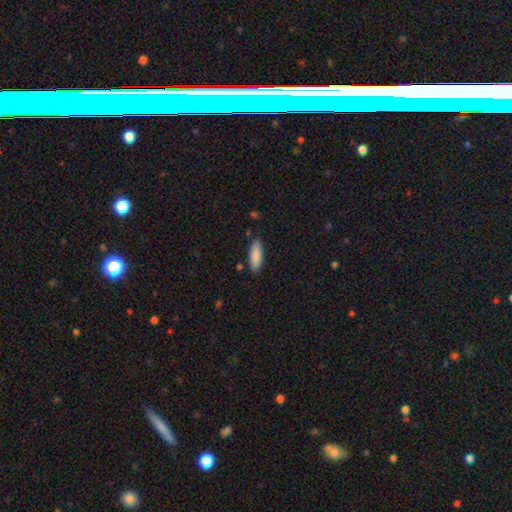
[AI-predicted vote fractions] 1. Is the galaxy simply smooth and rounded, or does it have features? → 87% smooth, 7% featured or disk, 6% star or artifact.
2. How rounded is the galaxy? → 51% in between, 47% cigar-shaped, 2% round.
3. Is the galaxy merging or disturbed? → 84% none, 11% minor disturbance, 2% merger, 2% major disturbance.